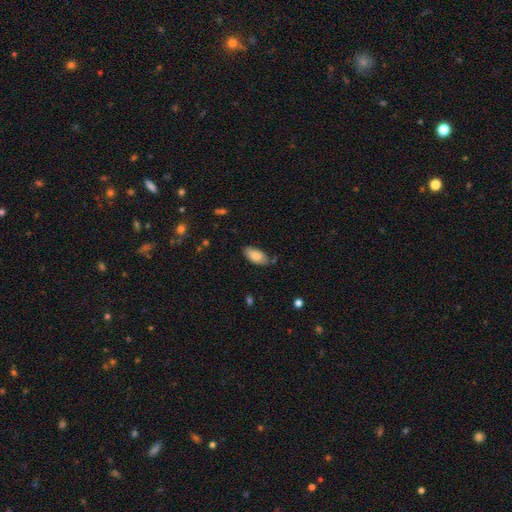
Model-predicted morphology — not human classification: Smooth or featured? Predicted: smooth (p=0.85). How rounded? Predicted: in between (p=0.92). Merging? Predicted: none (p=0.72).